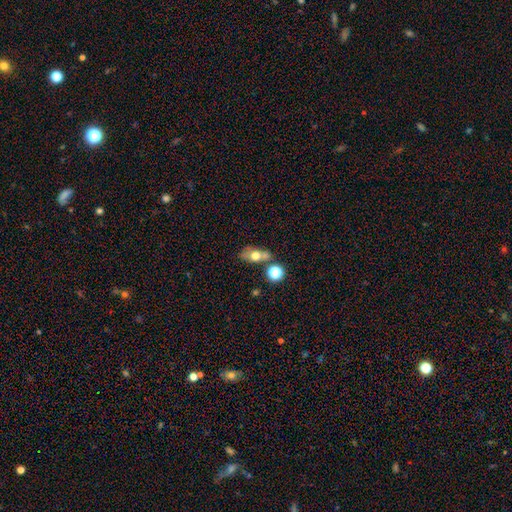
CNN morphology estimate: The model was most divided on "merging": none: 45%, merger: 32%, minor disturbance: 15%, major disturbance: 8%. More confident: how rounded — in between (71%); smooth or featured — smooth (64%).